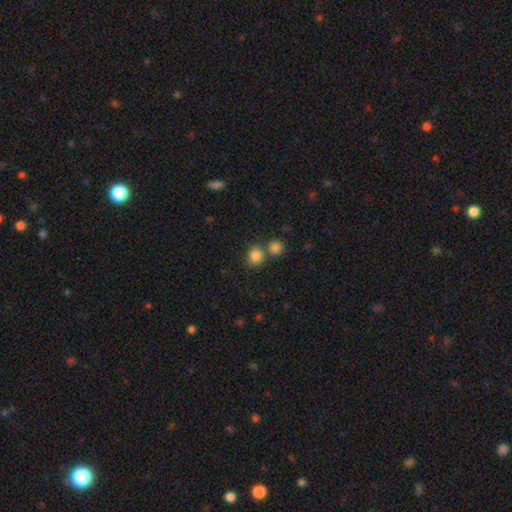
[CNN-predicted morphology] type=smooth (84%); roundness=round (79%); merging=none (58%).